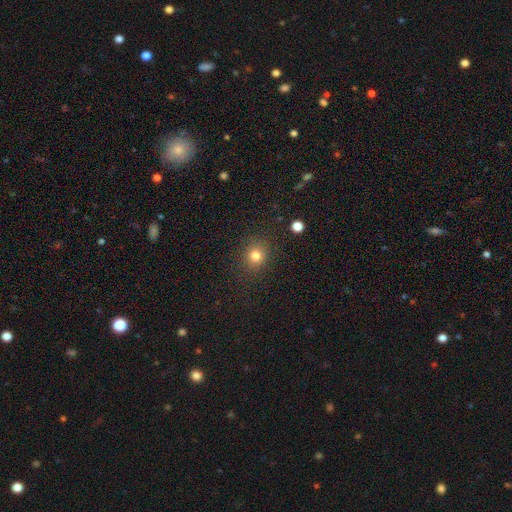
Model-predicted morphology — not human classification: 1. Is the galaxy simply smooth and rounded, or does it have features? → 80% smooth, 13% star or artifact, 6% featured or disk.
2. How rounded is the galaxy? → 81% round, 18% in between, 1% cigar-shaped.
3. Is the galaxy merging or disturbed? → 87% none, 8% minor disturbance, 3% major disturbance, 1% merger.